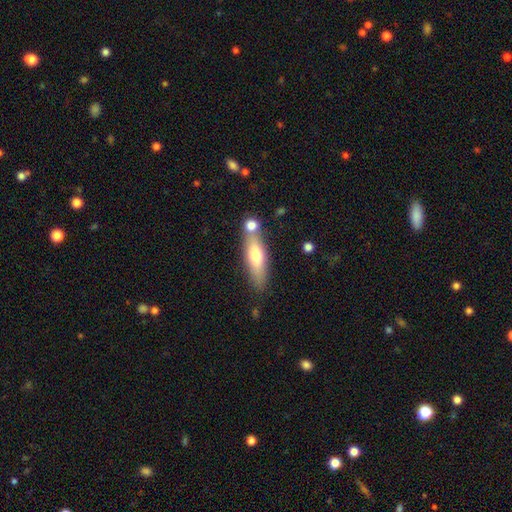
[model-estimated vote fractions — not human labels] A smooth galaxy with no disk features (64%) that is cigar-shaped (57%).

Vote fractions:
- Smooth or featured? smooth: 64% / featured or disk: 30% / star or artifact: 6%
- How rounded? cigar-shaped: 57% / in between: 41% / round: 3%
- Merging? none: 61% / merger: 23% / minor disturbance: 13% / major disturbance: 4%